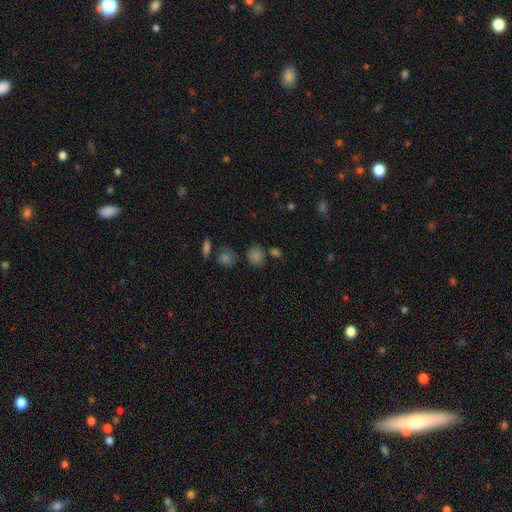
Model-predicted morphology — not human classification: Smooth or featured? smooth (62%)
How rounded? round (77%)
Merging? none (72%)